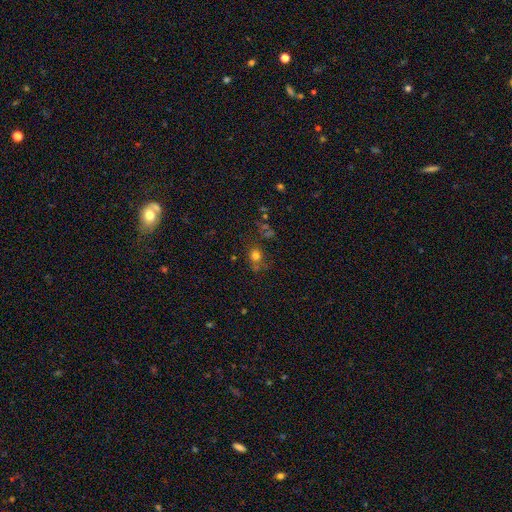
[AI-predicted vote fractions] Smooth or featured? smooth (72%)
How rounded? round (73%)
Merging? none (66%)